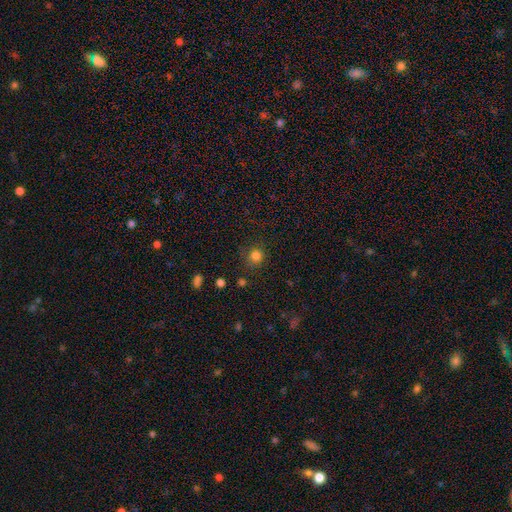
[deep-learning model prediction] Morphology: type=smooth (81%); roundness=round (88%); merging=none (81%).